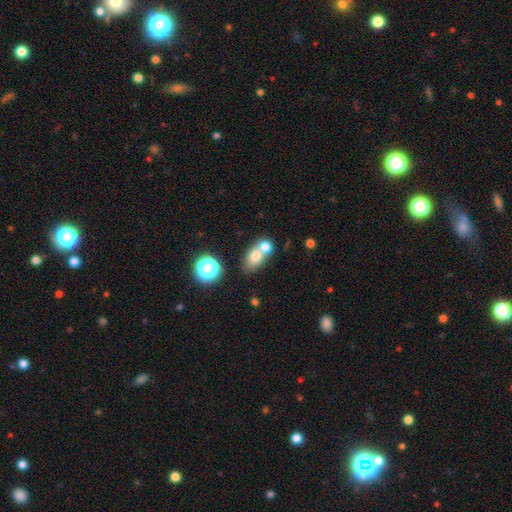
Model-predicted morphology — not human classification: smooth-or-featured: smooth: 72% | featured or disk: 15% | star or artifact: 13%
  how-rounded: in between: 61% | round: 37% | cigar-shaped: 2%
  merging: merger: 52% | none: 36% | minor disturbance: 8% | major disturbance: 4%